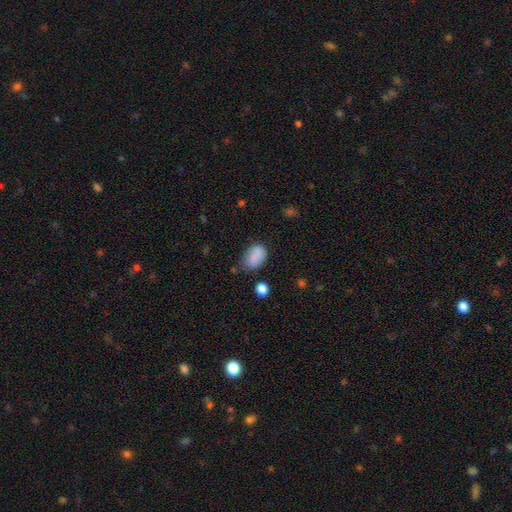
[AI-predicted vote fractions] Smooth or featured?
  - smooth: 84% *
  - star or artifact: 9%
  - featured or disk: 7%
How rounded?
  - in between: 84% *
  - round: 15%
  - cigar-shaped: 1%
Merging?
  - none: 61% *
  - minor disturbance: 27%
  - major disturbance: 7%
  - merger: 6%